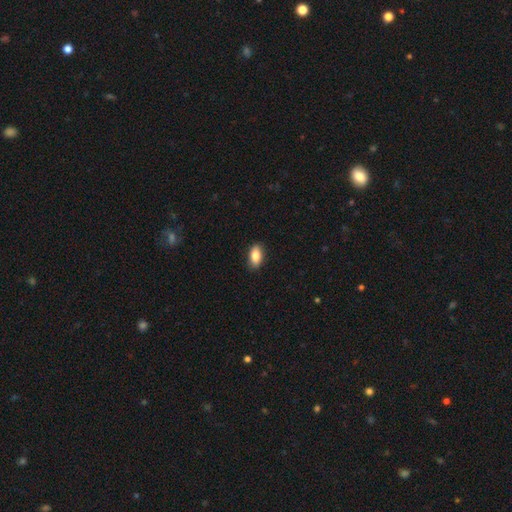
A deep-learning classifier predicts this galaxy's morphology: Q: Smooth or featured?
A: smooth (84%); runner-up: featured or disk (9%)
Q: How rounded?
A: in between (89%); runner-up: cigar-shaped (7%)
Q: Merging?
A: none (88%); runner-up: minor disturbance (9%)